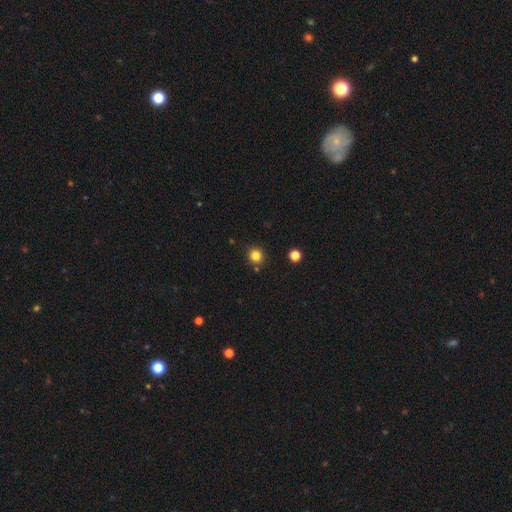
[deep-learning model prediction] Smooth or featured: smooth — 82% (star or artifact — 13%)
How rounded: round — 89% (in between — 10%)
Merging: none — 88% (minor disturbance — 7%)